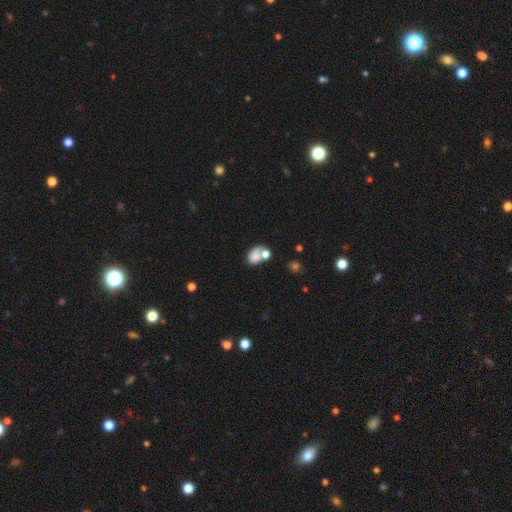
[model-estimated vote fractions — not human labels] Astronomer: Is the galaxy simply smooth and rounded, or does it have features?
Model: smooth — 72%.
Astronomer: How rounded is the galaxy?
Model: in between — 65%.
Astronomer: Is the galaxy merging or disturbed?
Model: merger — 50% (runner-up: none, 27%).